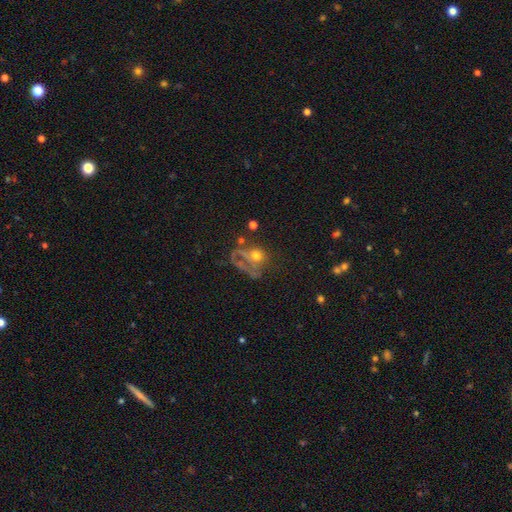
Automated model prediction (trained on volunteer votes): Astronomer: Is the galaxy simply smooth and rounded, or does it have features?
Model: smooth — 44% (runner-up: featured or disk, 38%).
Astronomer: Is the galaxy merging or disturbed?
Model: major disturbance — 43% (runner-up: none, 27%).